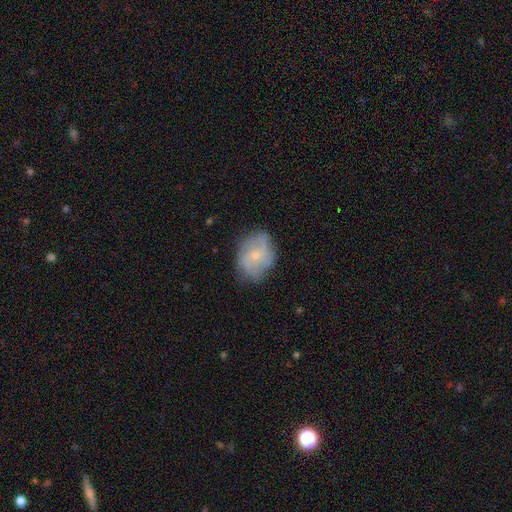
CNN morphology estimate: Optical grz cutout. It shows a featured or disk galaxy (63%) with no bar (74%), medium (43%) spiral arms (85%) and a small central bulge (64%). Merging: none (74%).